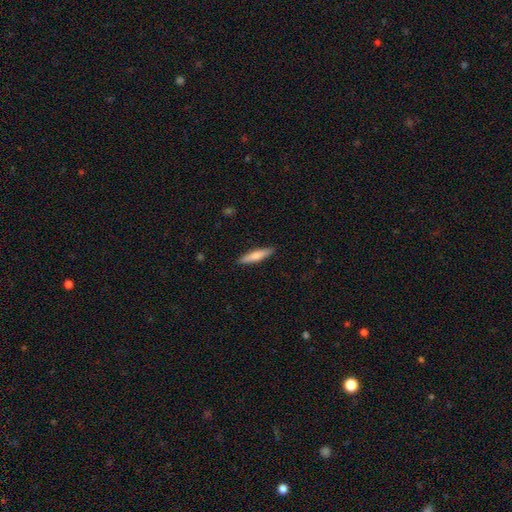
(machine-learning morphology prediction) The model was most divided on "smooth or featured": smooth: 69%, featured or disk: 26%, star or artifact: 6%. More confident: merging — none (90%); how rounded — cigar-shaped (82%).